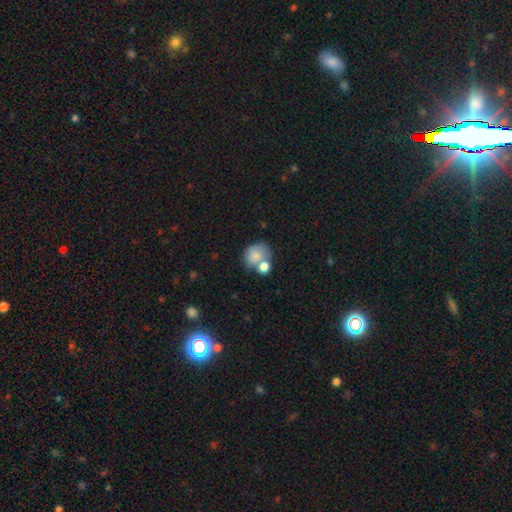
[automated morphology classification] Overall: smooth (76%). How rounded: round (60%; in between 39%). Merging: merger (43%; none 34%).